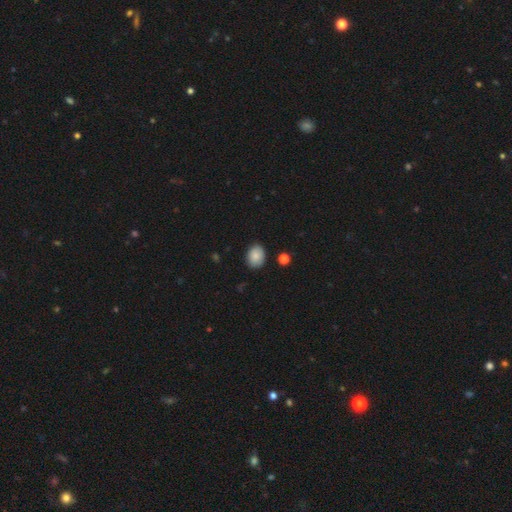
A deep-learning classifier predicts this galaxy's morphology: This appears to be a smooth galaxy with no disk features (86%) that is in between round and cigar-shaped (68%). Merging: none (84%).